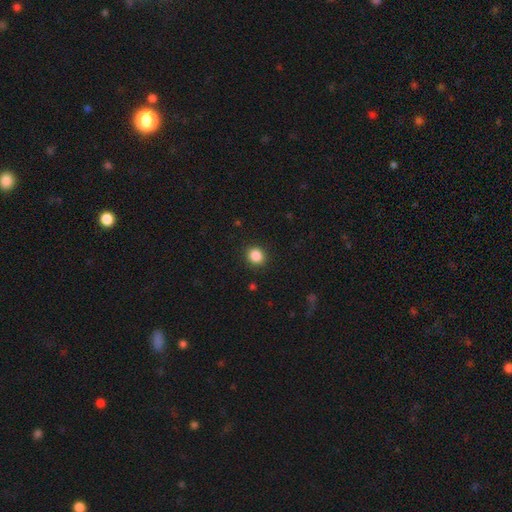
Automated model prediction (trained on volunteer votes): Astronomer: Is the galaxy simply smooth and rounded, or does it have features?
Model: smooth — 87%.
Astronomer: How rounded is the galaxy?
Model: round — 78%.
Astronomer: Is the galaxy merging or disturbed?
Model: none — 90%.